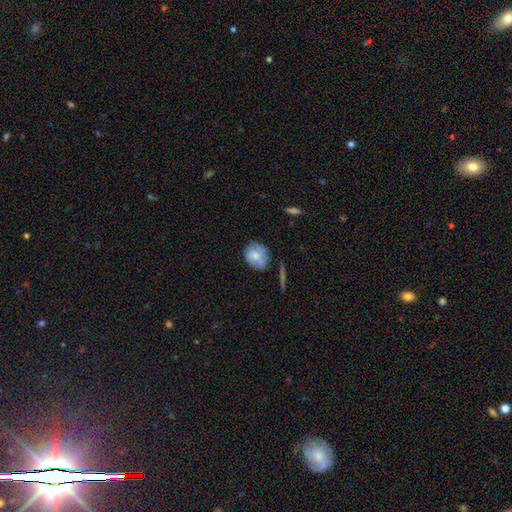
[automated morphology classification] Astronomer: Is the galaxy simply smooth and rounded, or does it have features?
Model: smooth — 68%.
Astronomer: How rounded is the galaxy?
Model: round — 67%.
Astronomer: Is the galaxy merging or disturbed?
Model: none — 64%.